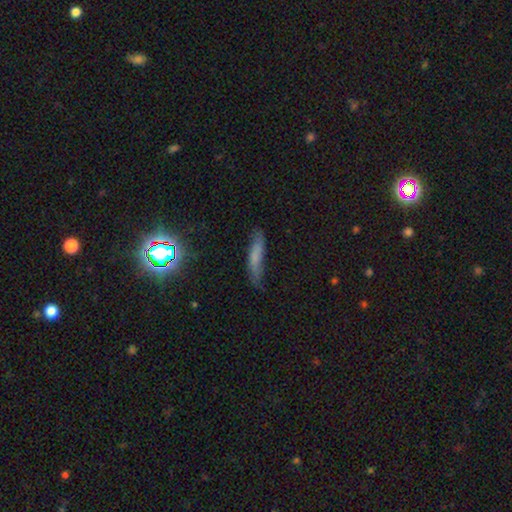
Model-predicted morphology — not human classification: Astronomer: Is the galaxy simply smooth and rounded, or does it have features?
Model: smooth — 56%.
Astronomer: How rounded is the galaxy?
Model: cigar-shaped — 78%.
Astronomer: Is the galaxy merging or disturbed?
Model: none — 63%.